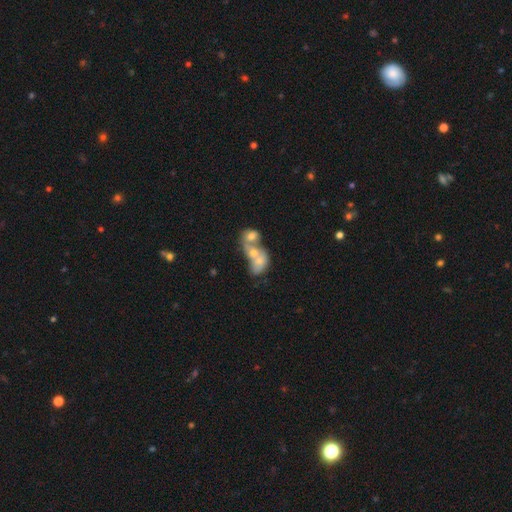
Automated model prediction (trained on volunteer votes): smooth_or_featured: smooth (p=0.52) [alt: featured or disk p=0.36]
how_rounded: in between (p=0.71) [alt: round p=0.26]
merging: merger (p=0.77) [alt: none p=0.11]